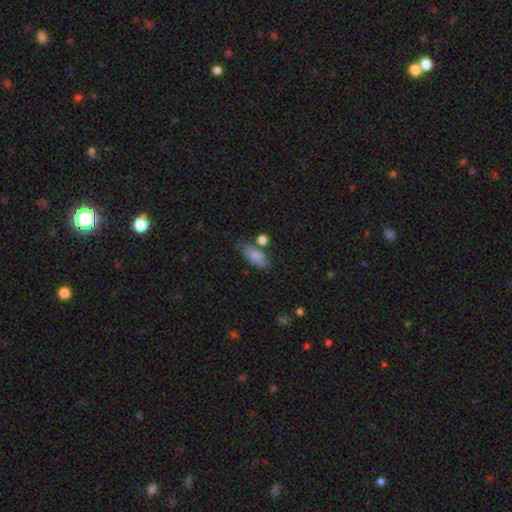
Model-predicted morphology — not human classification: Smooth or featured?
  - smooth: 81% *
  - featured or disk: 11%
  - star or artifact: 8%
How rounded?
  - in between: 87% *
  - cigar-shaped: 9%
  - round: 4%
Merging?
  - none: 58% *
  - minor disturbance: 23%
  - merger: 11%
  - major disturbance: 7%